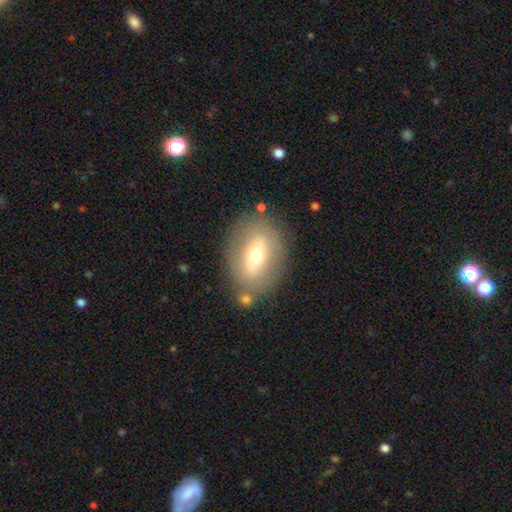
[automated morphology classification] Q: Smooth or featured?
A: smooth (48%); runner-up: featured or disk (44%)
Q: Merging?
A: none (78%); runner-up: minor disturbance (13%)